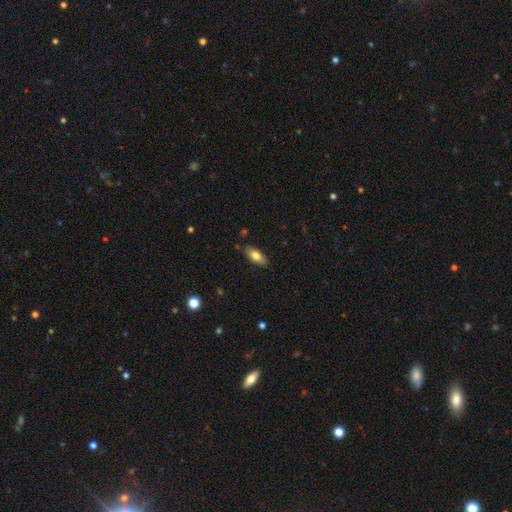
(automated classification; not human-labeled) The model was most divided on "smooth or featured": smooth: 75%, featured or disk: 18%, star or artifact: 7%. More confident: how rounded — in between (86%); merging — none (85%).